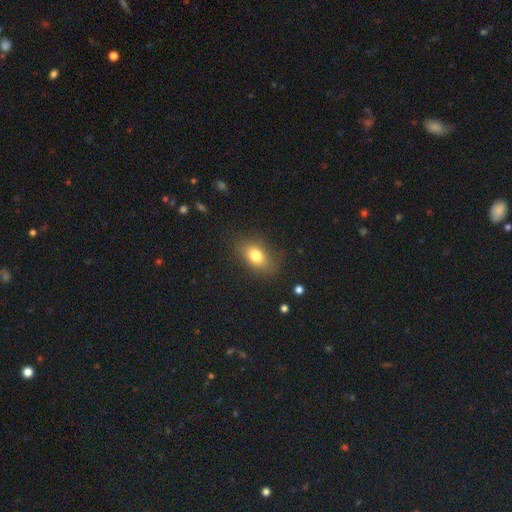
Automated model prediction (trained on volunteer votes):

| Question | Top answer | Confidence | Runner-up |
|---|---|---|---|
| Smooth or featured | smooth | 77% | featured or disk (13%) |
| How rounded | in between | 81% | round (15%) |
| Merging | none | 80% | minor disturbance (14%) |